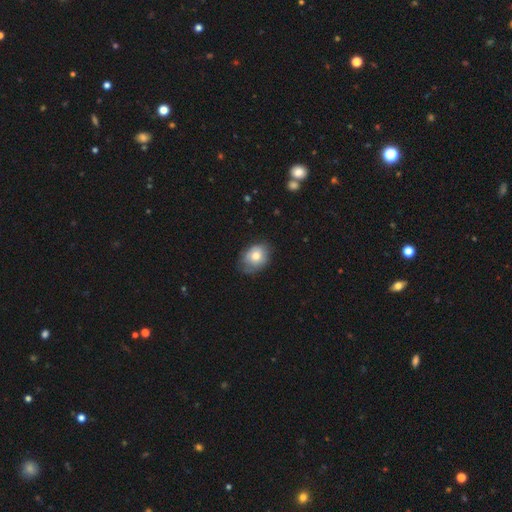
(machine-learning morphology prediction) A smooth galaxy with no disk features (74%) that is in between round and cigar-shaped (60%). Merging: none (63%).